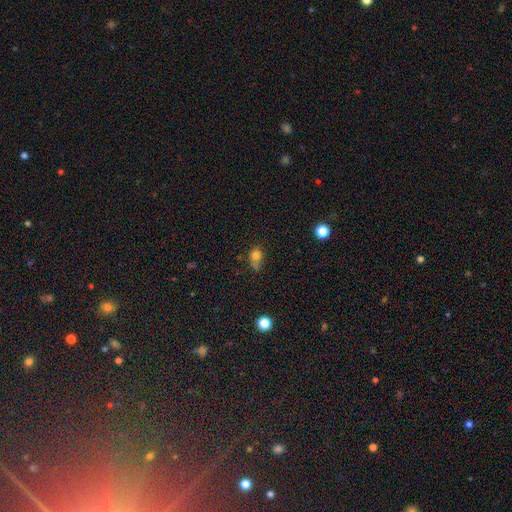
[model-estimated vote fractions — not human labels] This is likely a smooth galaxy (77%). How rounded: possibly round (58%). Merging: marginally none (43%).